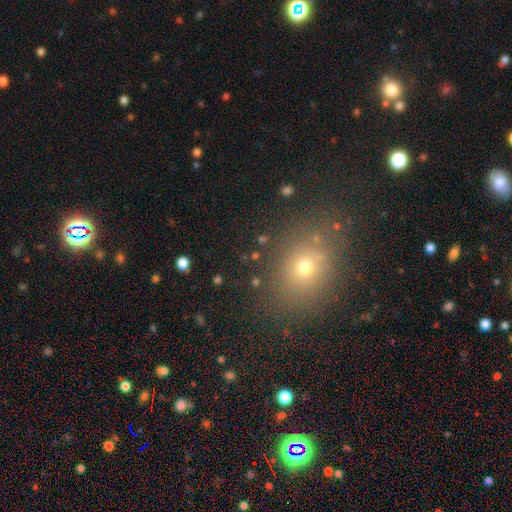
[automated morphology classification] Smooth or featured?
  - smooth: 61% *
  - star or artifact: 26%
  - featured or disk: 13%
How rounded?
  - in between: 51% *
  - round: 47%
  - cigar-shaped: 2%
Merging?
  - none: 78% *
  - minor disturbance: 12%
  - major disturbance: 5%
  - merger: 5%